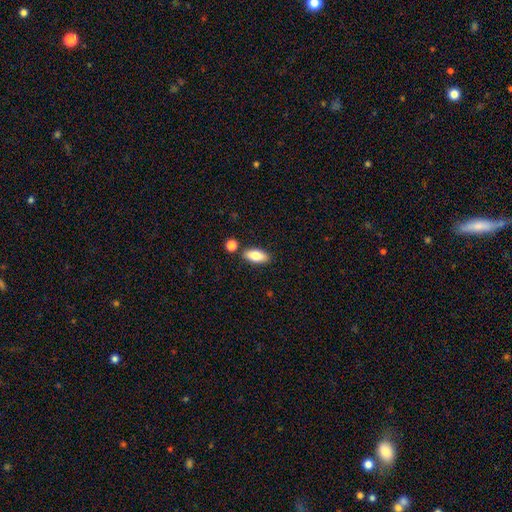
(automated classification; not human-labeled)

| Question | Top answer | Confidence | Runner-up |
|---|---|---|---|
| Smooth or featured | smooth | 81% | featured or disk (12%) |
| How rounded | in between | 86% | cigar-shaped (11%) |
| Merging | none | 81% | minor disturbance (9%) |